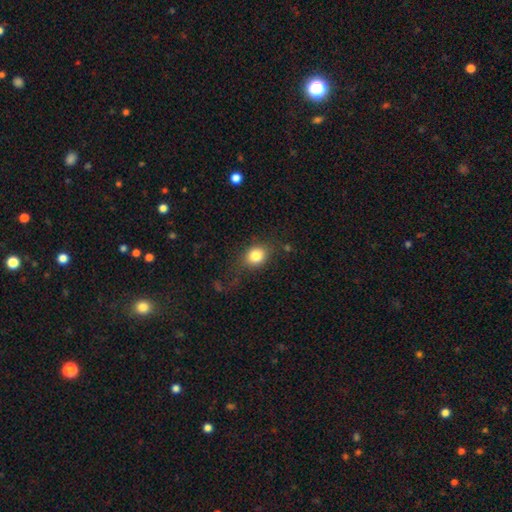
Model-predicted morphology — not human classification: Overall: smooth (82%). How rounded: round (61%; in between 38%). Merging: none (72%).